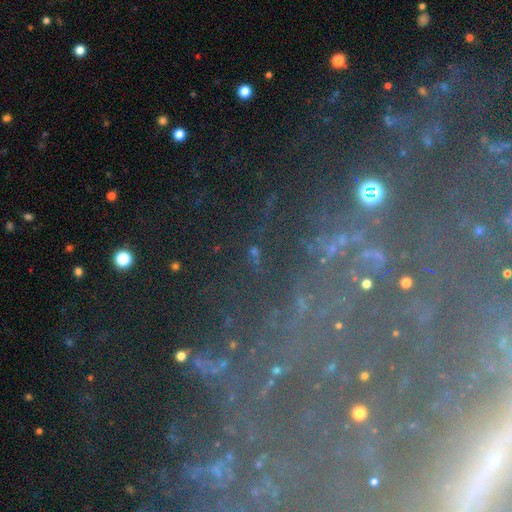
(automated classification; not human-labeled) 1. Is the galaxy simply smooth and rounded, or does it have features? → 56% star or artifact, 28% featured or disk, 16% smooth.